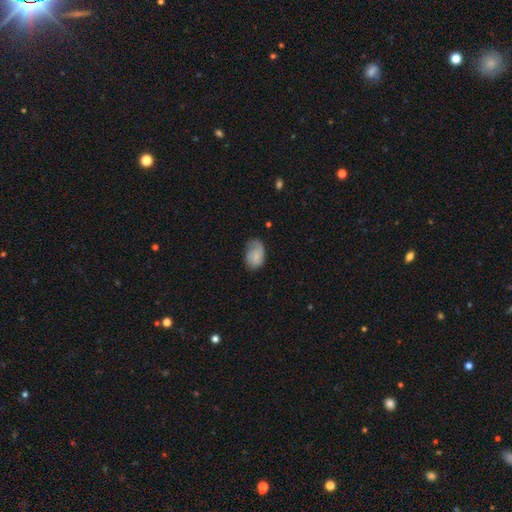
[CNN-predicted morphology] Overall: smooth (68%). How rounded: in between (86%). Merging: none (46%; minor disturbance 36%).